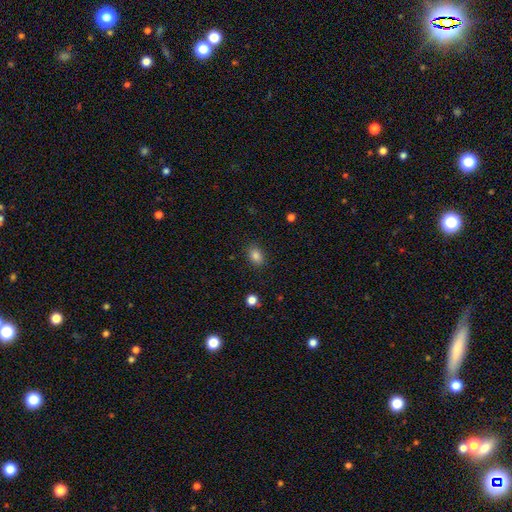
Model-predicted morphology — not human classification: A smooth galaxy with no disk features (85%) that is in between round and cigar-shaped (78%). Merging: none (86%).